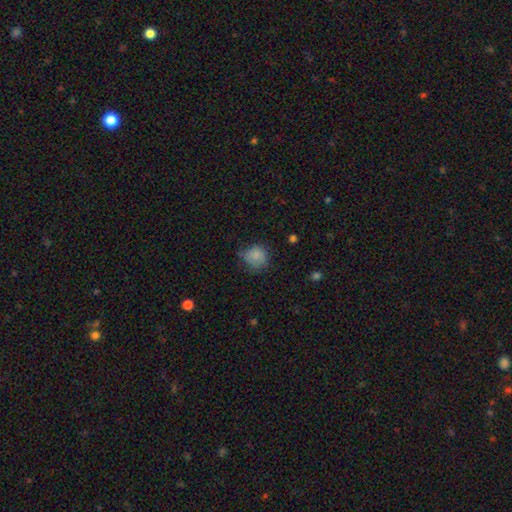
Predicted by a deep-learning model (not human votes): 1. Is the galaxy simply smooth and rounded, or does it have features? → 79% smooth, 11% star or artifact, 9% featured or disk.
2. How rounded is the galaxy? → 78% round, 21% in between, 1% cigar-shaped.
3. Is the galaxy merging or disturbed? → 56% none, 30% minor disturbance, 12% major disturbance, 2% merger.